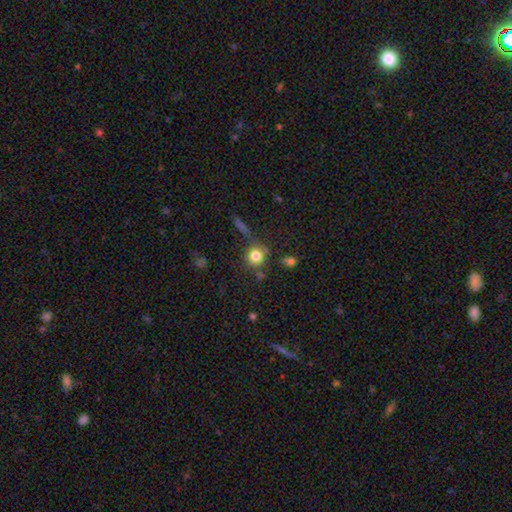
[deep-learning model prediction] smooth-or-featured: smooth: 80% | star or artifact: 12% | featured or disk: 8%
  how-rounded: round: 88% | in between: 10% | cigar-shaped: 1%
  merging: none: 72% | minor disturbance: 13% | merger: 9% | major disturbance: 6%